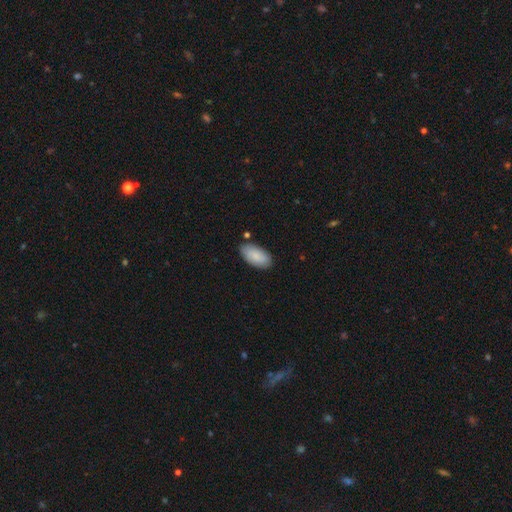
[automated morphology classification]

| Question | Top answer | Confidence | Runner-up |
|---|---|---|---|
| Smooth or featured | smooth | 86% | featured or disk (8%) |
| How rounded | in between | 94% | cigar-shaped (4%) |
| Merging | none | 81% | minor disturbance (13%) |